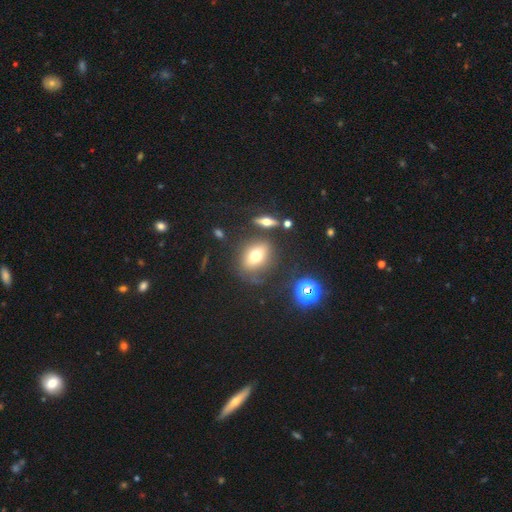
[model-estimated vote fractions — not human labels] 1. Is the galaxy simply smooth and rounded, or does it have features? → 64% smooth, 22% featured or disk, 14% star or artifact.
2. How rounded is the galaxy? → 58% in between, 38% round, 4% cigar-shaped.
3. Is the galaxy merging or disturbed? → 69% none, 15% minor disturbance, 8% major disturbance, 8% merger.